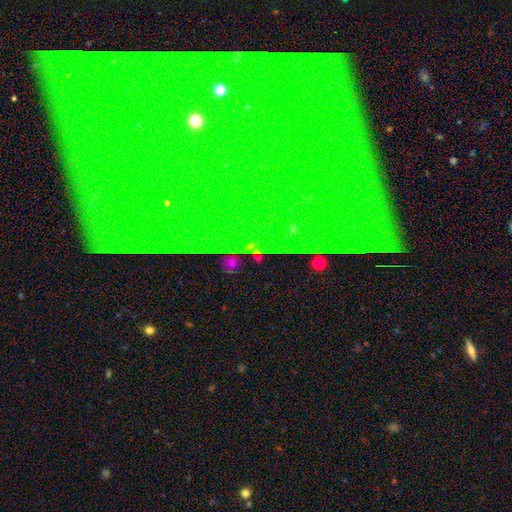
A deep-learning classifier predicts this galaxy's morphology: This appears to be a star or artifact, not a galaxy (78%).